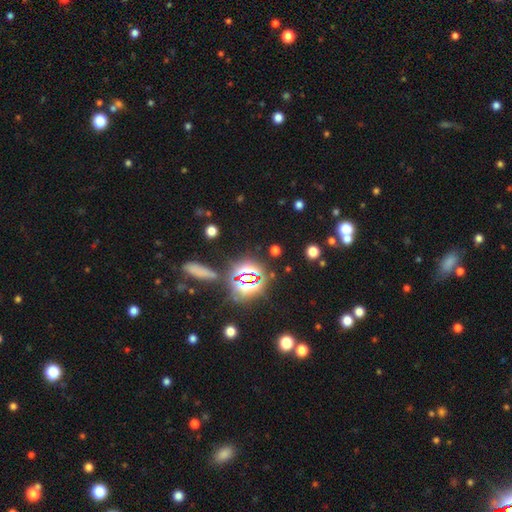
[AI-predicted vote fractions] A star or artifact, not a galaxy (76%).